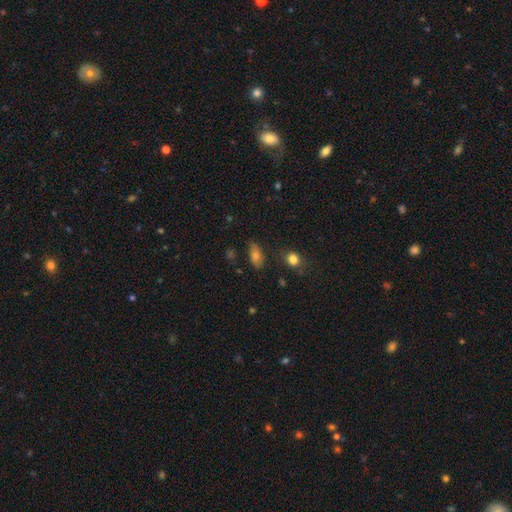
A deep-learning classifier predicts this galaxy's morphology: This is likely a smooth galaxy (74%). How rounded: clearly in between (87%). Merging: likely none (69%).